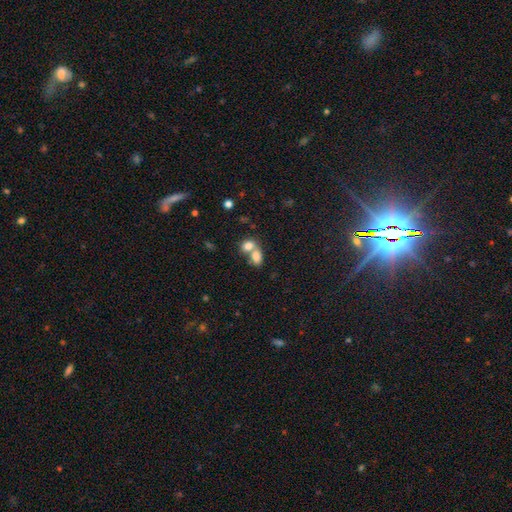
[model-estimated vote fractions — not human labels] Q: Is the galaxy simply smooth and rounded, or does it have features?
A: smooth — 80%.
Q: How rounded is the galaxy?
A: in between — 77%.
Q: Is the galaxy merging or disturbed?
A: merger — 64%.